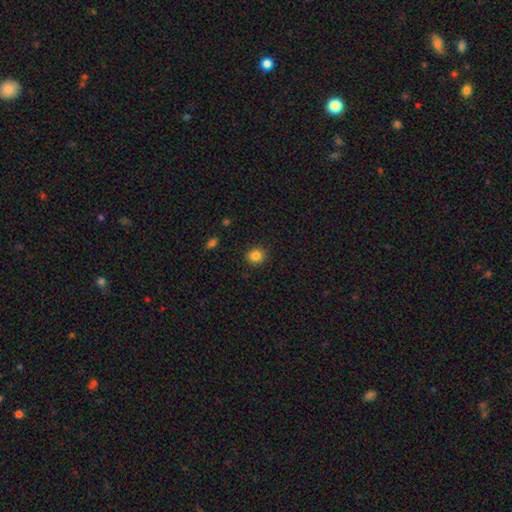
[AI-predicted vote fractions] Smooth or featured? Predicted: smooth (p=0.85). How rounded? Predicted: round (p=0.86). Merging? Predicted: none (p=0.90).